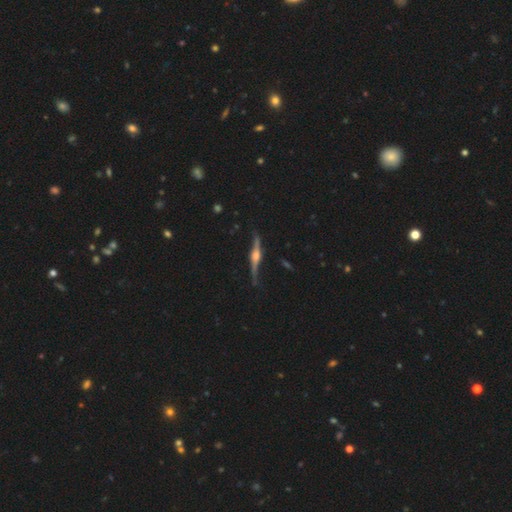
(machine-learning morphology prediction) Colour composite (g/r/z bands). It shows a featured or disk galaxy (86%) viewed edge-on (94%) with a rounded central bulge (93%). Merging: none (77%).